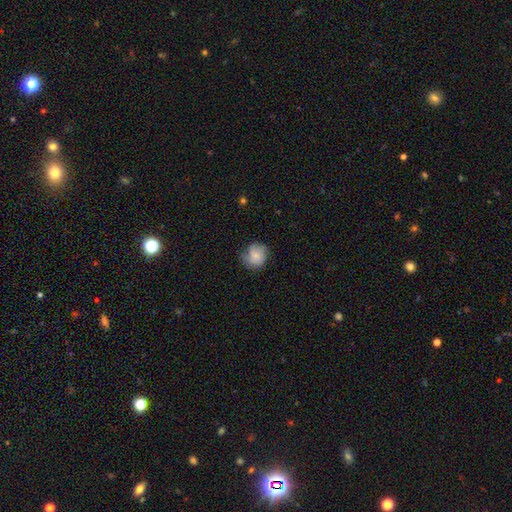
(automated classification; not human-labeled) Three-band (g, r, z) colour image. It shows a smooth galaxy with no disk features (73%) that is round (77%). Merging: none (59%).